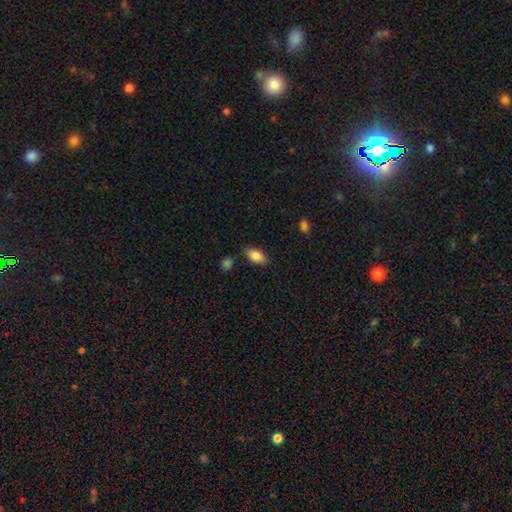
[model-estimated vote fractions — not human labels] A smooth galaxy with no disk features (84%) that is in between round and cigar-shaped (92%). Merging: none (83%).